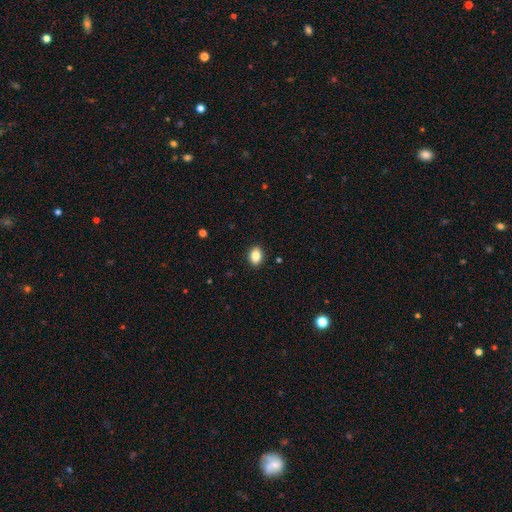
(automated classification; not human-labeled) Smooth or featured: smooth — 86% (star or artifact — 9%)
How rounded: in between — 73% (round — 26%)
Merging: none — 90% (minor disturbance — 7%)